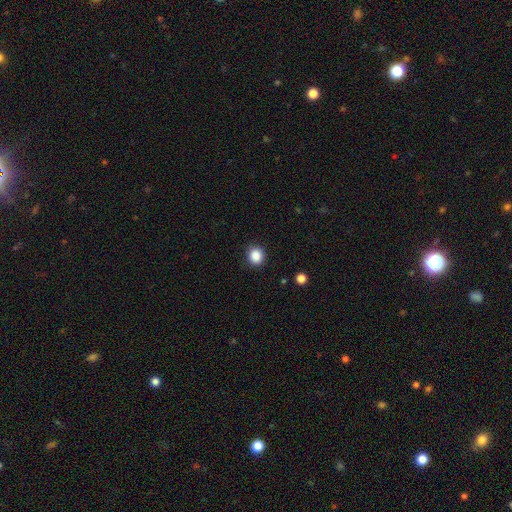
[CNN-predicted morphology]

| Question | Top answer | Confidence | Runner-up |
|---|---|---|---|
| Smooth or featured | smooth | 87% | star or artifact (10%) |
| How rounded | round | 82% | in between (17%) |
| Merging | none | 89% | minor disturbance (8%) |